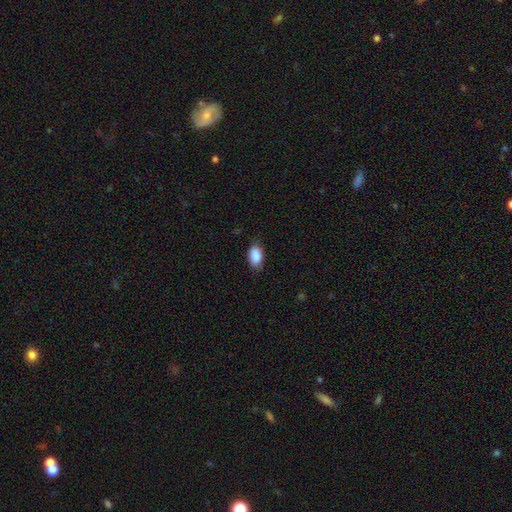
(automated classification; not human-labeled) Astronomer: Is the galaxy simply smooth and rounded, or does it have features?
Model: smooth — 89%.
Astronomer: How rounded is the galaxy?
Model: in between — 91%.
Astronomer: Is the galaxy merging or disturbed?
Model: none — 79%.